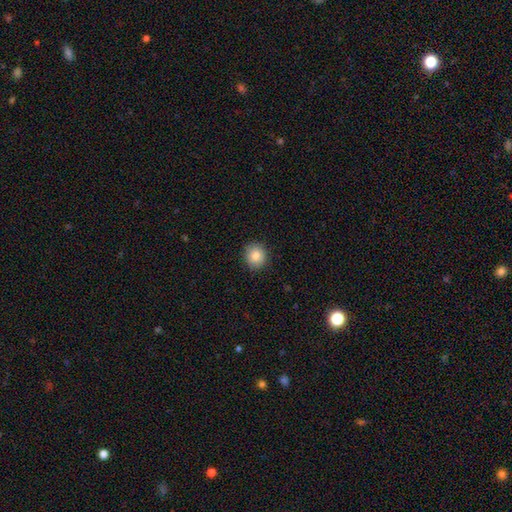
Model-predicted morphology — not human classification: smooth-or-featured: smooth: 83% | star or artifact: 9% | featured or disk: 8%
  how-rounded: round: 87% | in between: 12% | cigar-shaped: 1%
  merging: none: 89% | minor disturbance: 8% | major disturbance: 2% | merger: 1%